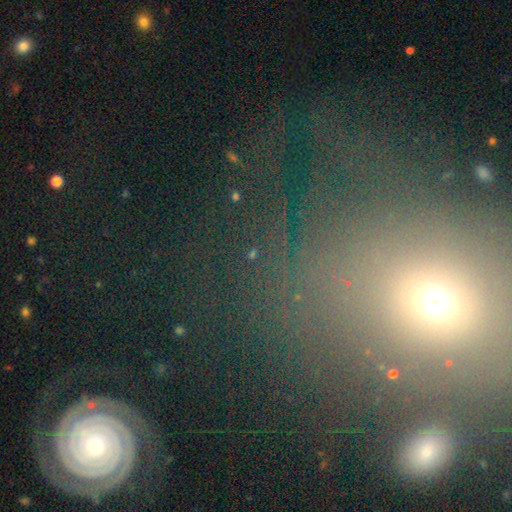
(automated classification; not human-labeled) Q: Smooth or featured?
A: star or artifact (69%); runner-up: smooth (17%)